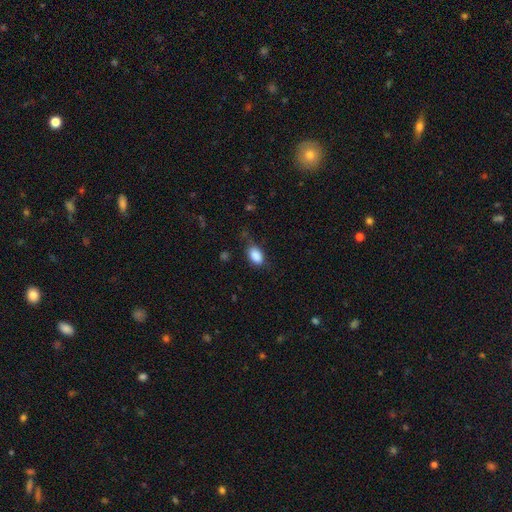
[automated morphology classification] The model was most divided on "merging": none: 71%, minor disturbance: 22%, major disturbance: 6%, merger: 2%. More confident: how rounded — in between (89%); smooth or featured — smooth (87%).